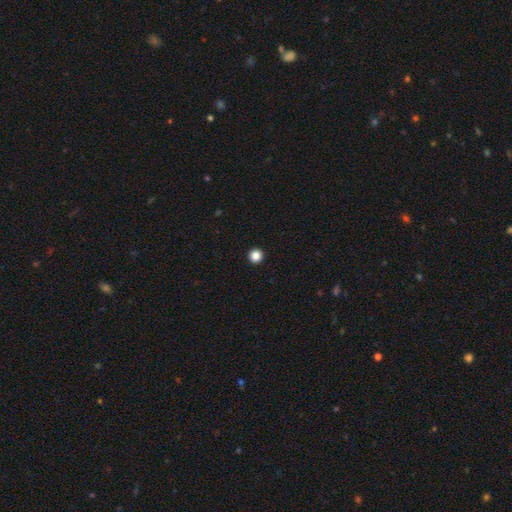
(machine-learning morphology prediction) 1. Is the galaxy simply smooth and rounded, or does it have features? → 86% smooth, 11% star or artifact, 3% featured or disk.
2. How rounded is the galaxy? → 97% round, 3% in between, 1% cigar-shaped.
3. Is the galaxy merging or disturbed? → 95% none, 3% minor disturbance, 1% major disturbance, 1% merger.